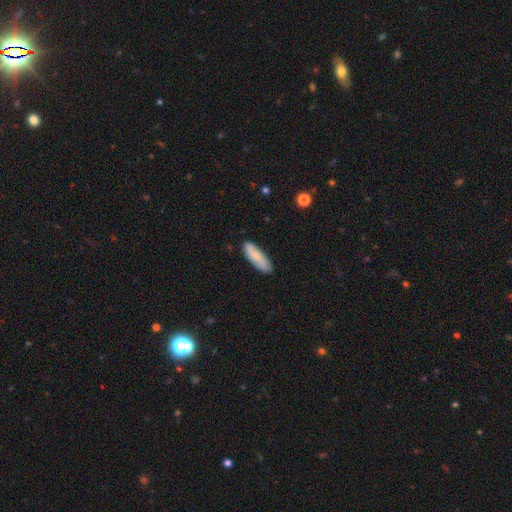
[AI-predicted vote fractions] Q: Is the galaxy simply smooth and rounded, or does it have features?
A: smooth — 72%.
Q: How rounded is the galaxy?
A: cigar-shaped — 50%.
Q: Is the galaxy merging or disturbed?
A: none — 85%.